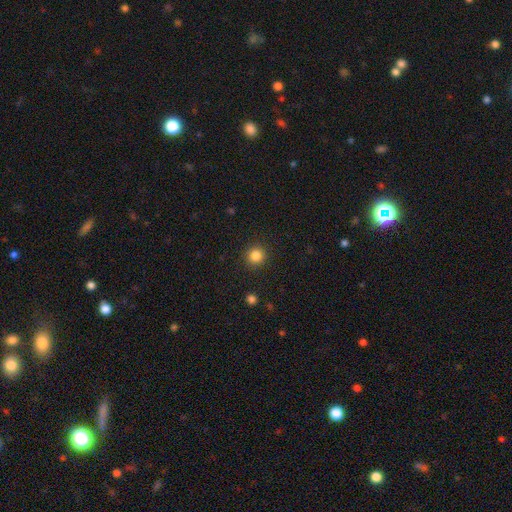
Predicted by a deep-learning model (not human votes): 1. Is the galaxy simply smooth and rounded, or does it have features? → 84% smooth, 12% star or artifact, 4% featured or disk.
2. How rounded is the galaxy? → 94% round, 6% in between, 1% cigar-shaped.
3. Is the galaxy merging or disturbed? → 92% none, 5% minor disturbance, 2% major disturbance, 1% merger.